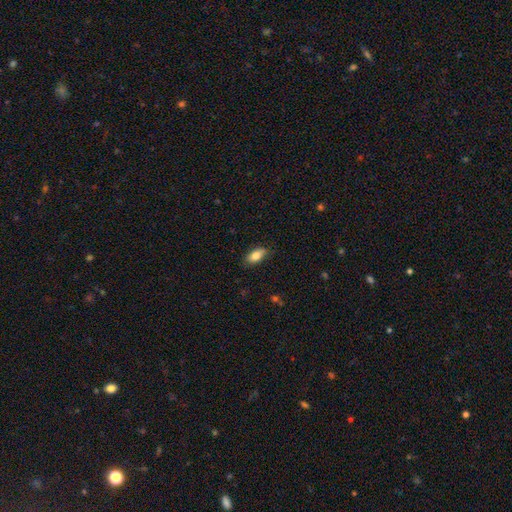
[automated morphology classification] Overall: smooth (80%). How rounded: in between (87%). Merging: none (81%).